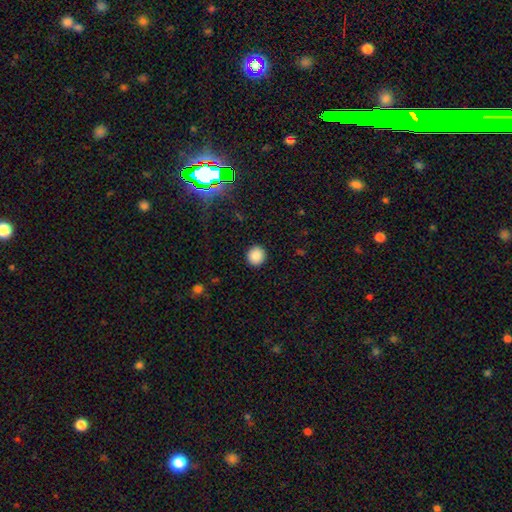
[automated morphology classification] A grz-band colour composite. It shows a smooth galaxy with no disk features (87%) that is round (89%). Merging: none (92%).